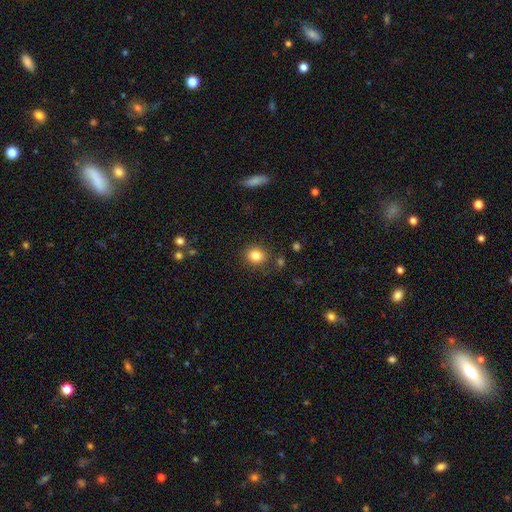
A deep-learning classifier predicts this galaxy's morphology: Q: Smooth or featured?
A: smooth (84%); runner-up: star or artifact (11%)
Q: How rounded?
A: round (79%); runner-up: in between (20%)
Q: Merging?
A: none (86%); runner-up: minor disturbance (9%)